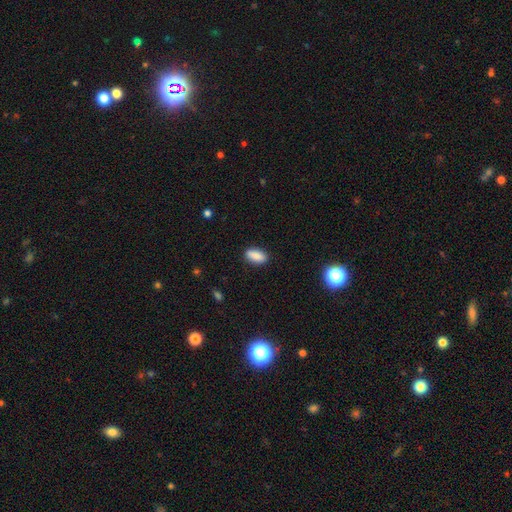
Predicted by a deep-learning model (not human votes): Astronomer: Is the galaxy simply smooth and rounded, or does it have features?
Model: smooth — 87%.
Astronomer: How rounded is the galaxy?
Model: in between — 88%.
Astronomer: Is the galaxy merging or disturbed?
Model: none — 87%.